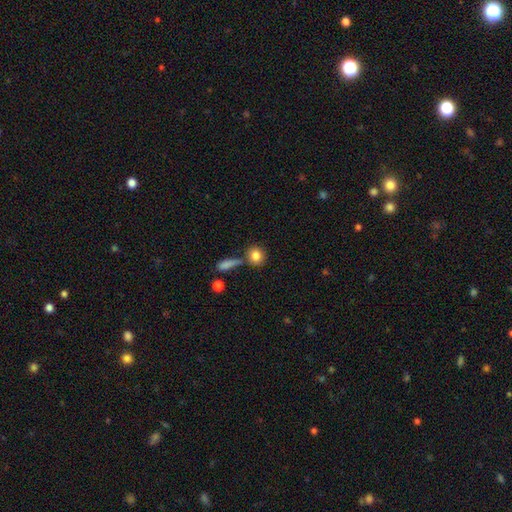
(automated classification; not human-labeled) Overall: smooth (82%). How rounded: round (80%). Merging: none (67%).